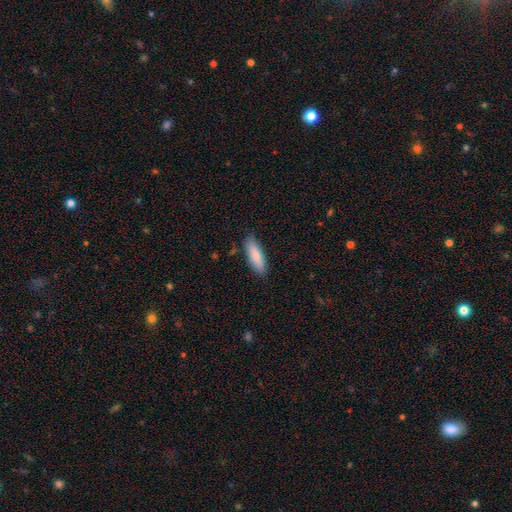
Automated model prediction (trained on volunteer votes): A smooth galaxy with no disk features (85%) that is in between round and cigar-shaped (50%). Merging: none (86%).